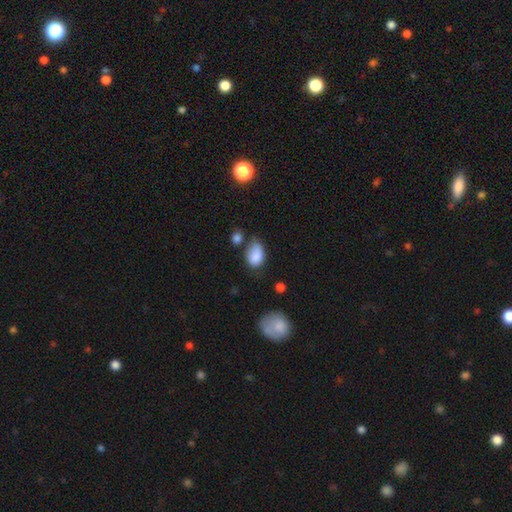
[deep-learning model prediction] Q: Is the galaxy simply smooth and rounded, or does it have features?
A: smooth — 86%.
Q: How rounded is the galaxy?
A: in between — 86%.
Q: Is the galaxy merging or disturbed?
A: none — 45%.